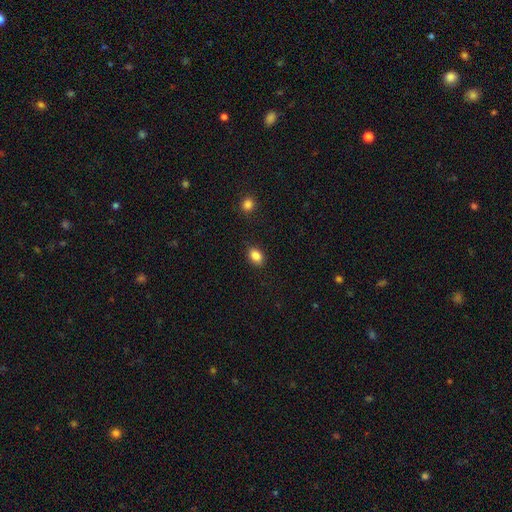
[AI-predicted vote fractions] smooth 86%, star or artifact 9%, featured or disk 5%. Down the decision tree: how rounded — in between (74%); merging — none (87%).